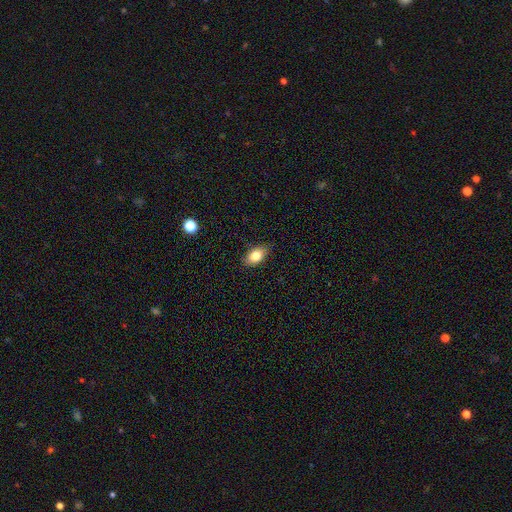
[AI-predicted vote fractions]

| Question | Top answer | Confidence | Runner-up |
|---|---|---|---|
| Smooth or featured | smooth | 81% | featured or disk (11%) |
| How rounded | in between | 87% | round (10%) |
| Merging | none | 83% | minor disturbance (14%) |